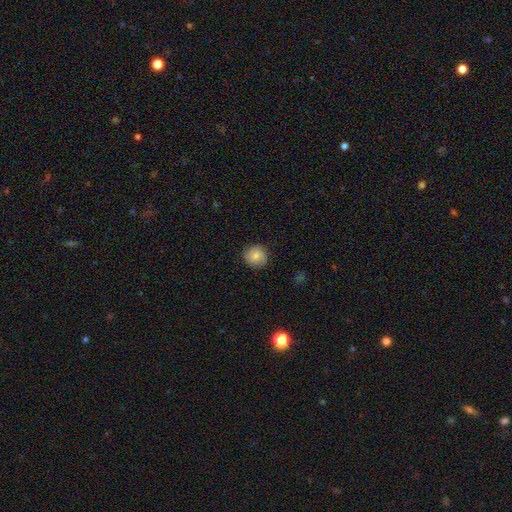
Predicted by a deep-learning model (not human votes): A smooth galaxy with no disk features (77%) that is round (90%). Merging: none (82%).